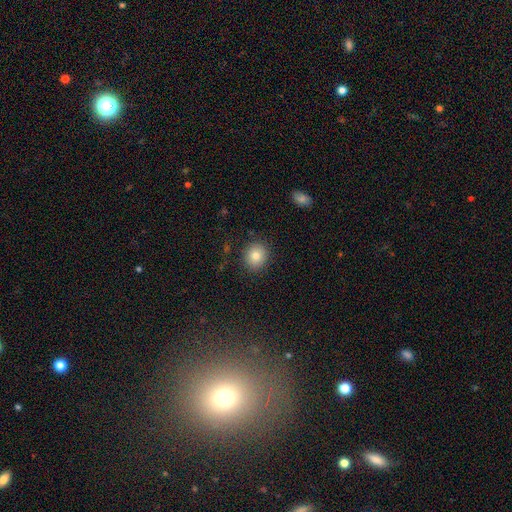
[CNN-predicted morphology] This is clearly a smooth galaxy (80%). How rounded: clearly round (83%). Merging: clearly none (88%).